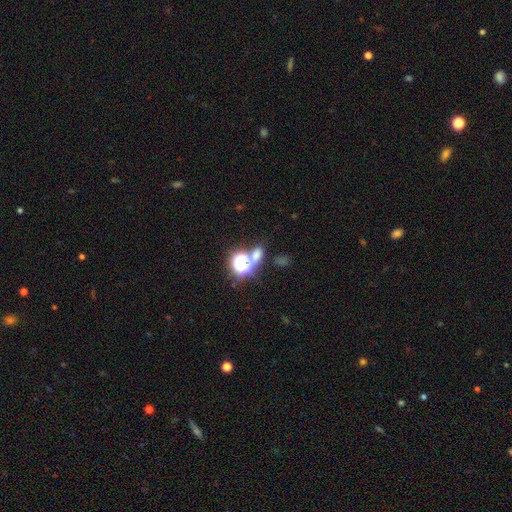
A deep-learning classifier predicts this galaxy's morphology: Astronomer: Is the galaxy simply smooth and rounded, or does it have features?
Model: smooth — 50% (runner-up: star or artifact, 41%).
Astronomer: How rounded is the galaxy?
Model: round — 57% (runner-up: in between, 40%).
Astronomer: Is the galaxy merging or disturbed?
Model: none — 57%.